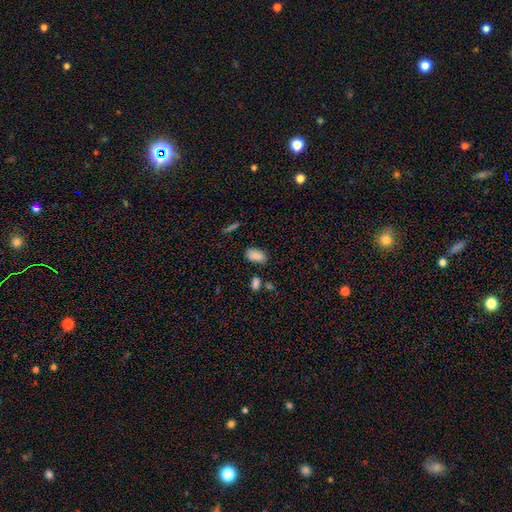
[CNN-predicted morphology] A smooth galaxy with no disk features (86%) that is in between round and cigar-shaped (93%).

Vote fractions:
- Smooth or featured? smooth: 86% / star or artifact: 9% / featured or disk: 6%
- How rounded? in between: 93% / round: 4% / cigar-shaped: 3%
- Merging? none: 77% / minor disturbance: 14% / merger: 6% / major disturbance: 3%